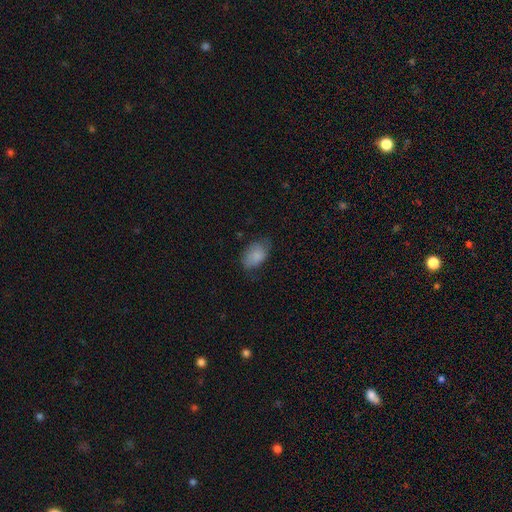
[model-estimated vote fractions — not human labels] The model was most divided on "merging": none: 57%, minor disturbance: 31%, major disturbance: 11%, merger: 1%. More confident: how rounded — in between (89%); smooth or featured — smooth (80%).